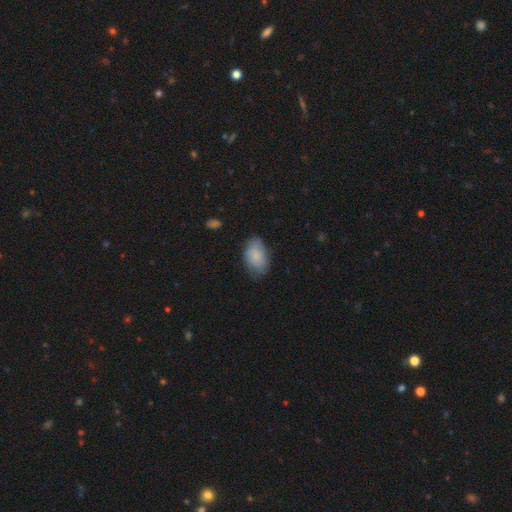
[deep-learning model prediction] This appears to be a smooth galaxy with no disk features (81%) that is in between round and cigar-shaped (91%). Merging: none (67%).